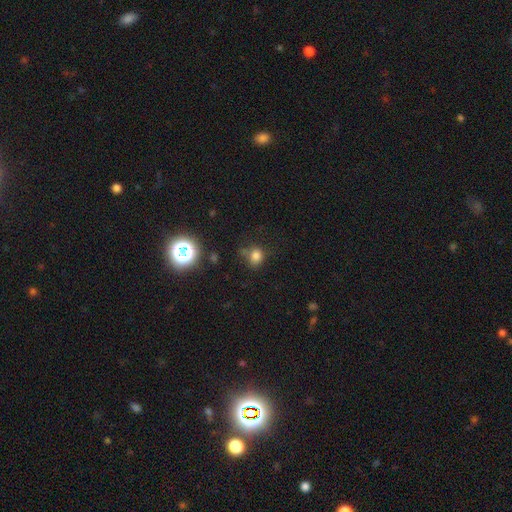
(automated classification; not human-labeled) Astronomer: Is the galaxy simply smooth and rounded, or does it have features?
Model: smooth — 75%.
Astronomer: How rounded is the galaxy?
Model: round — 73%.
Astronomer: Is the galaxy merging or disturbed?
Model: none — 60%.